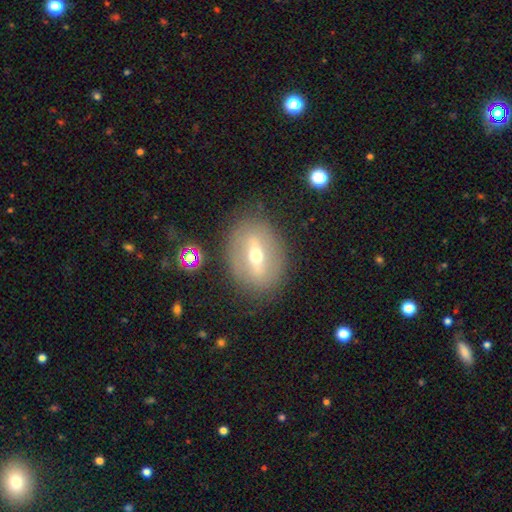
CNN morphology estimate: featured or disk 61%, smooth 29%, star or artifact 9%. Down the decision tree: edge-on disk — no (79%); merging — none (81%).